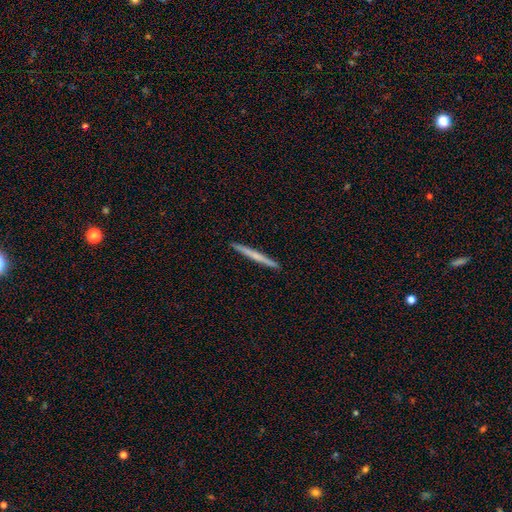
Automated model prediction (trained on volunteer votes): This is possibly a smooth galaxy (50%). Merging: clearly none (93%).